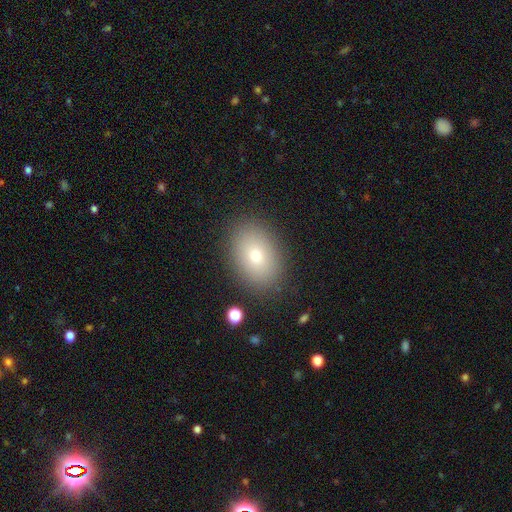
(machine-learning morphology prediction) Smooth or featured: smooth — 76% (featured or disk — 14%)
How rounded: in between — 79% (round — 19%)
Merging: none — 87% (minor disturbance — 9%)